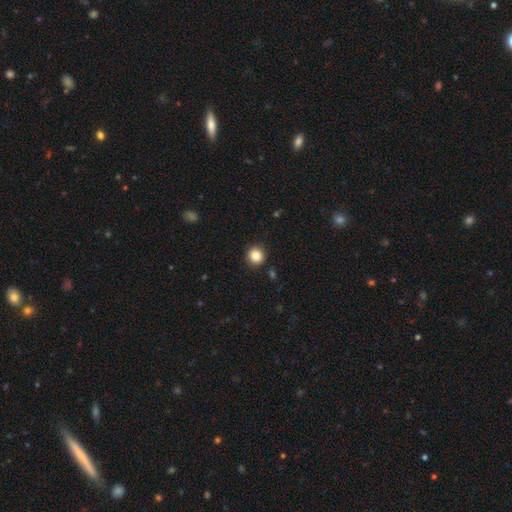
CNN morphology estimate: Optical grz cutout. It shows a smooth galaxy with no disk features (85%) that is round (91%). Merging: none (91%).